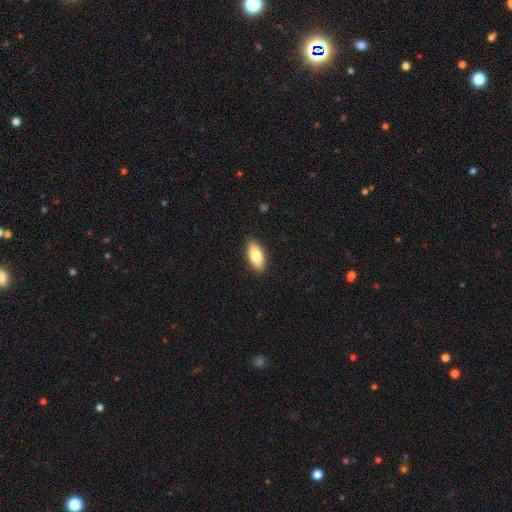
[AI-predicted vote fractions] Q: Smooth or featured?
A: smooth (80%); runner-up: featured or disk (14%)
Q: How rounded?
A: in between (86%); runner-up: cigar-shaped (12%)
Q: Merging?
A: none (89%); runner-up: minor disturbance (8%)